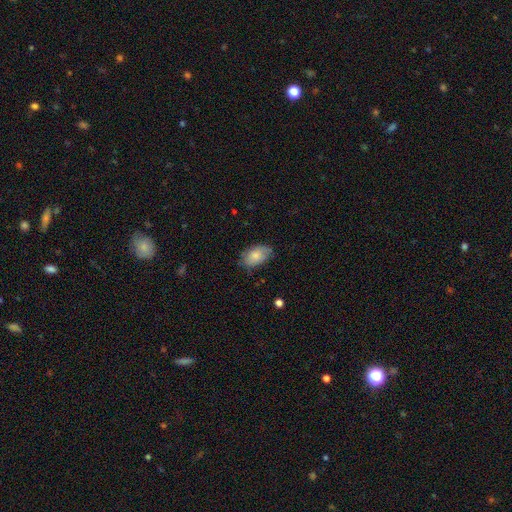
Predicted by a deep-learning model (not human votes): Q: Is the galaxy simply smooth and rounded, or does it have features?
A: smooth — 81%.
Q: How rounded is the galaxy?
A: in between — 92%.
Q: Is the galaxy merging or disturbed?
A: none — 73%.